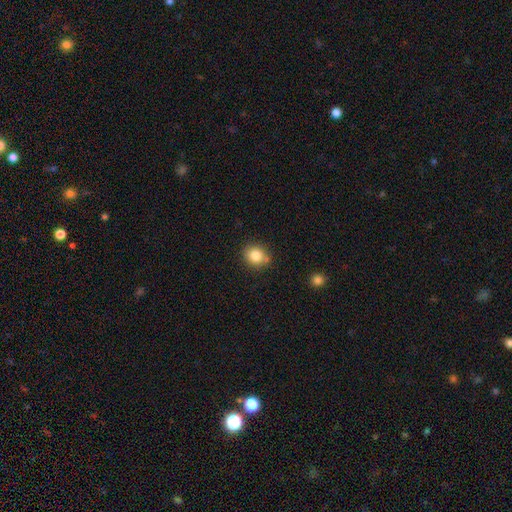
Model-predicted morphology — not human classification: smooth-or-featured: smooth: 84% | star or artifact: 10% | featured or disk: 6%
  how-rounded: round: 78% | in between: 21% | cigar-shaped: 1%
  merging: none: 76% | minor disturbance: 14% | merger: 7% | major disturbance: 3%